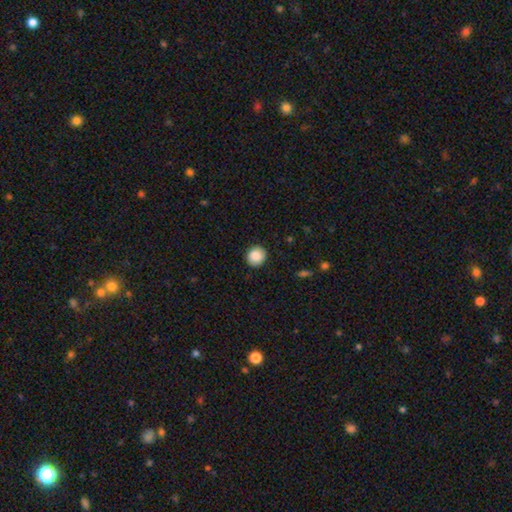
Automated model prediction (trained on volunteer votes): smooth 88%, star or artifact 8%, featured or disk 4%. Down the decision tree: how rounded — round (85%); merging — none (90%).